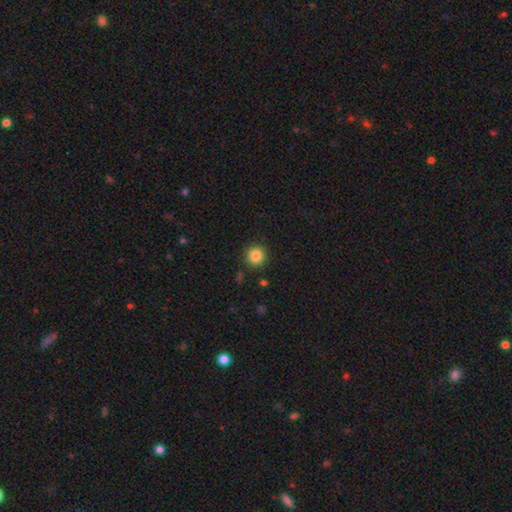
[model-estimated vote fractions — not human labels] smooth_or_featured: smooth (p=0.86) [alt: star or artifact p=0.10]
how_rounded: round (p=0.94) [alt: in between p=0.05]
merging: none (p=0.90) [alt: minor disturbance p=0.06]